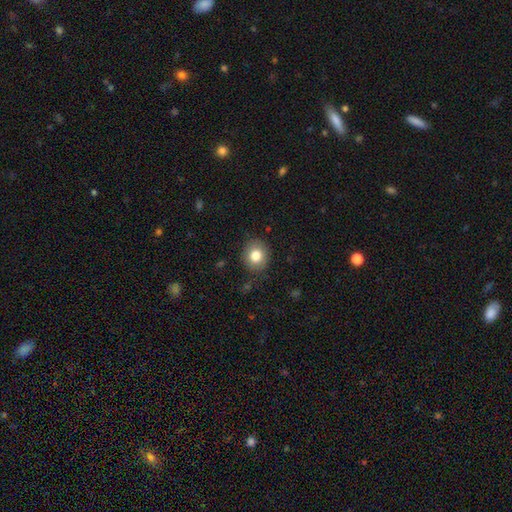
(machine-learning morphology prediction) Smooth or featured? Predicted: smooth (p=0.81). How rounded? Predicted: round (p=0.75). Merging? Predicted: none (p=0.84).